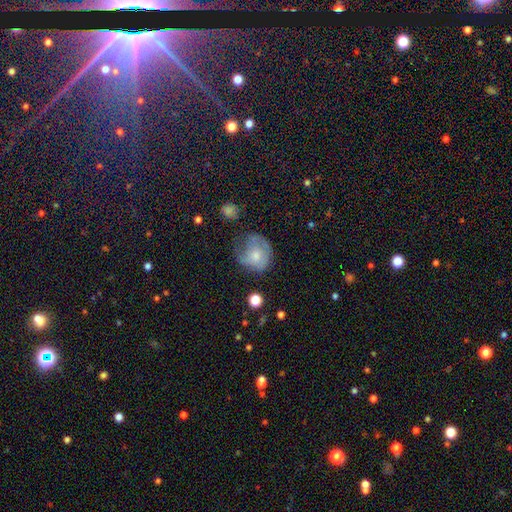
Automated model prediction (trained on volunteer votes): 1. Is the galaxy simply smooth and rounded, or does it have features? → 55% smooth, 37% featured or disk, 8% star or artifact.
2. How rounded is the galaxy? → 71% round, 28% in between, 1% cigar-shaped.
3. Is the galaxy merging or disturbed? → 35% none, 31% minor disturbance, 29% major disturbance, 4% merger.